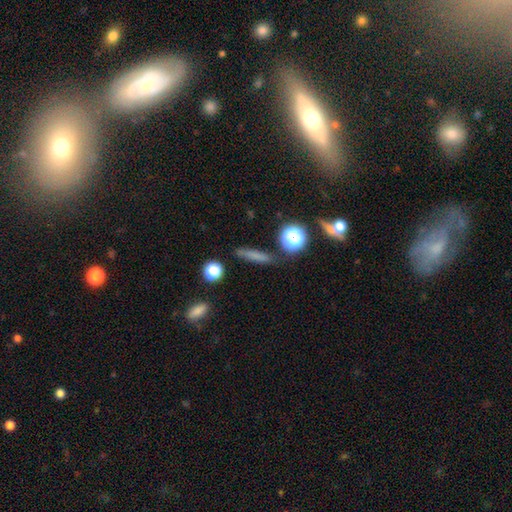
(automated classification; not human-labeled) Overall: smooth (69%). How rounded: cigar-shaped (81%). Merging: none (84%).